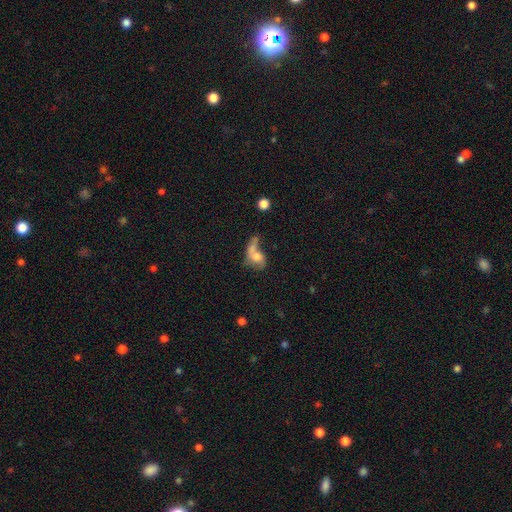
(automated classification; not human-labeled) A smooth galaxy with no disk features (50%). Merging: merger (43%).